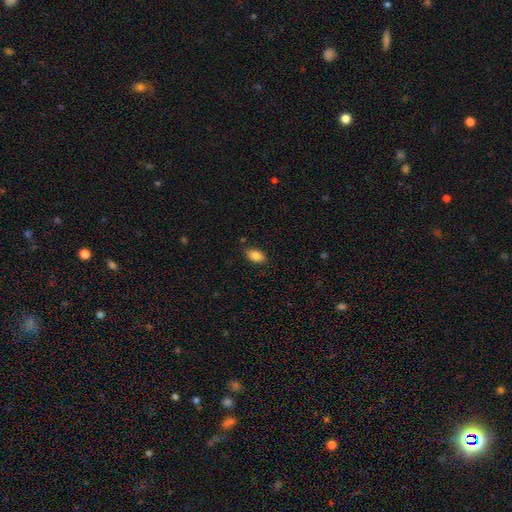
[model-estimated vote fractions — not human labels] Overall: smooth (85%). How rounded: in between (91%). Merging: none (85%).